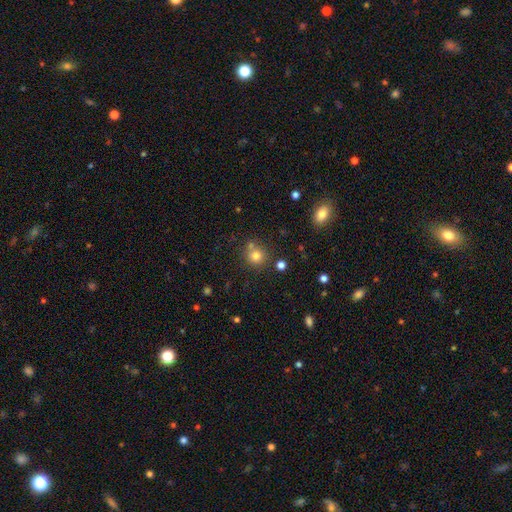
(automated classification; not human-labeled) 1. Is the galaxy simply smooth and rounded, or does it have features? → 77% smooth, 14% star or artifact, 8% featured or disk.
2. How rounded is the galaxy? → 91% round, 8% in between, 1% cigar-shaped.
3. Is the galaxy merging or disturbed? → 70% none, 17% merger, 10% minor disturbance, 3% major disturbance.